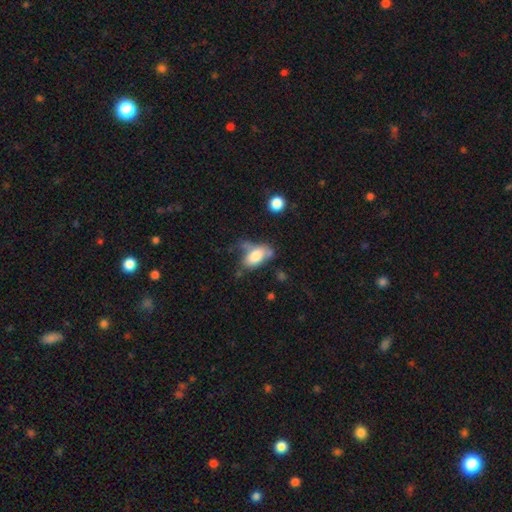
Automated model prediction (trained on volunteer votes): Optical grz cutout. It shows a smooth galaxy with no disk features (75%) that is in between round and cigar-shaped (90%). Merging: none (38%).